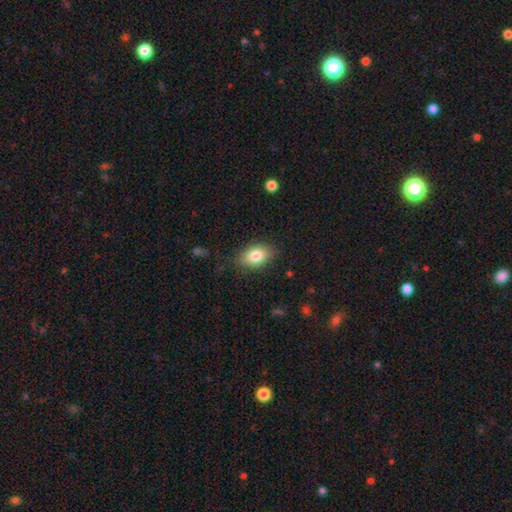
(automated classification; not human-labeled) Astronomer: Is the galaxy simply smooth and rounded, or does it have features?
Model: smooth — 82%.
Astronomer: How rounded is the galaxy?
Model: in between — 87%.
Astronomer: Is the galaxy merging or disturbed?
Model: none — 82%.